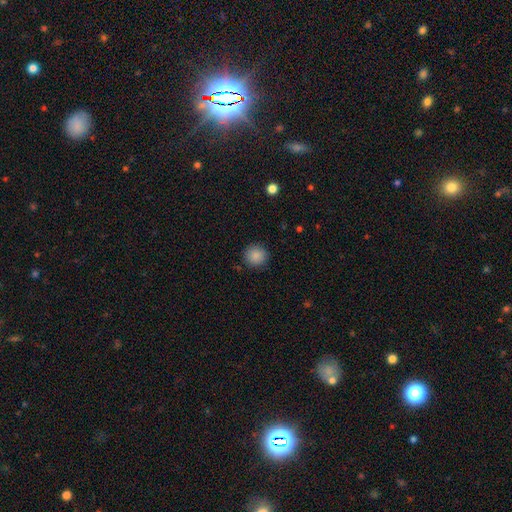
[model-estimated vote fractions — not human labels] Q: Smooth or featured?
A: smooth (88%); runner-up: star or artifact (9%)
Q: How rounded?
A: round (92%); runner-up: in between (7%)
Q: Merging?
A: none (90%); runner-up: minor disturbance (7%)